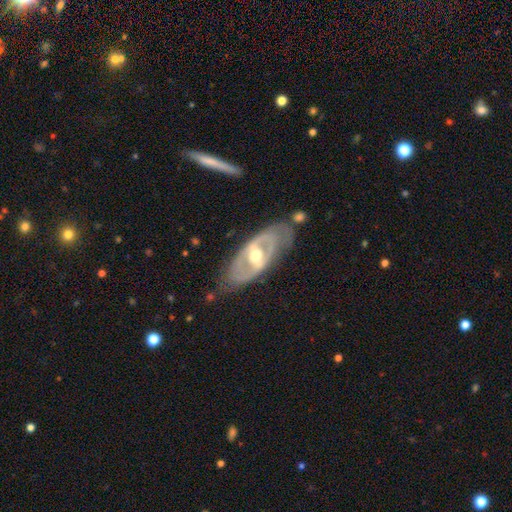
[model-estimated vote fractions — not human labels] This is likely a featured or disk galaxy (77%). It is clearly not viewed edge-on (86%). Bar: marginally strong (36%). Spiral arm pattern: possibly no (53%). Central bulge: likely moderate (73%). Merging: likely none (70%).